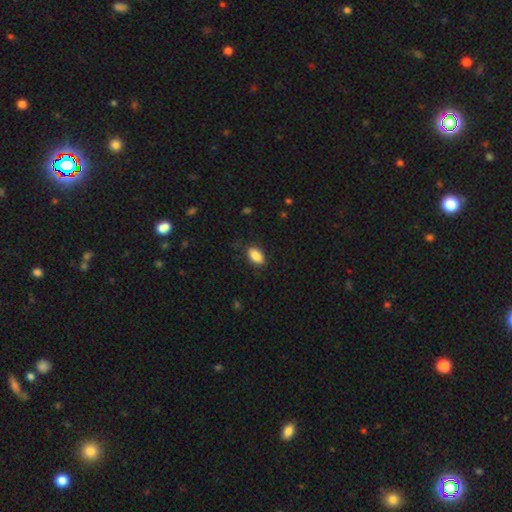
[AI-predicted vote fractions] Smooth or featured: smooth — 87% (star or artifact — 7%)
How rounded: in between — 92% (round — 5%)
Merging: none — 83% (minor disturbance — 13%)